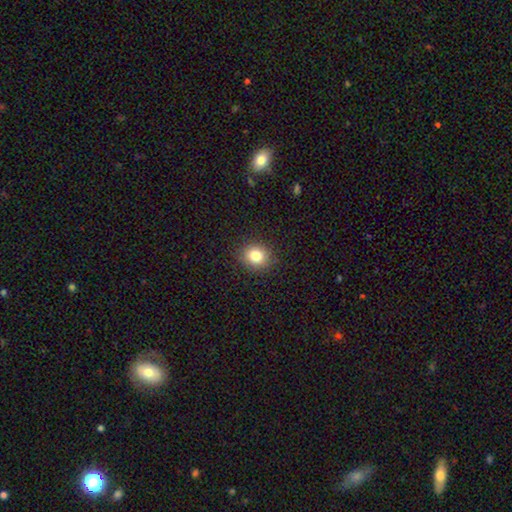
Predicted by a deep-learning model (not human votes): Smooth or featured? smooth (82%)
How rounded? round (77%)
Merging? none (89%)